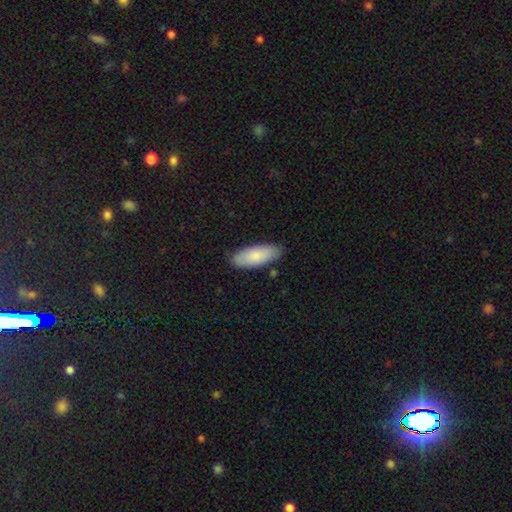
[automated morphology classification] smooth-or-featured: smooth: 85% | featured or disk: 10% | star or artifact: 5%
  how-rounded: in between: 78% | cigar-shaped: 20% | round: 2%
  merging: none: 84% | minor disturbance: 12% | major disturbance: 2% | merger: 2%